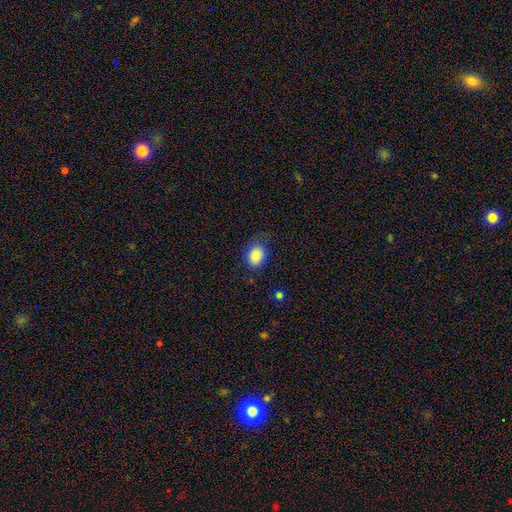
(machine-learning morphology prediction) A smooth galaxy with no disk features (85%) that is in between round and cigar-shaped (58%).

Vote fractions:
- Smooth or featured? smooth: 85% / star or artifact: 9% / featured or disk: 6%
- How rounded? in between: 58% / round: 41% / cigar-shaped: 1%
- Merging? none: 72% / minor disturbance: 21% / major disturbance: 6% / merger: 1%